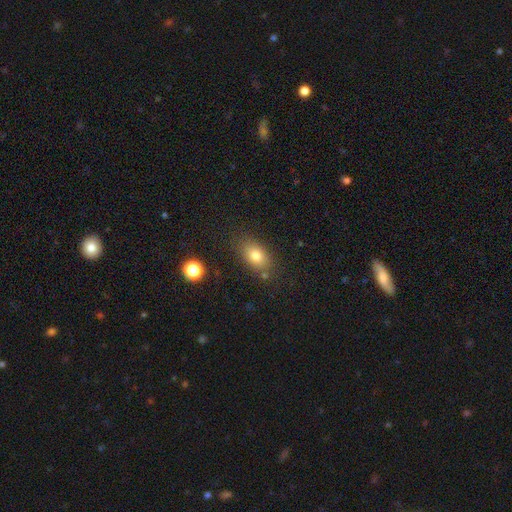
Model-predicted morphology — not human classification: Smooth or featured? Predicted: smooth (p=0.79). How rounded? Predicted: in between (p=0.83). Merging? Predicted: none (p=0.79).